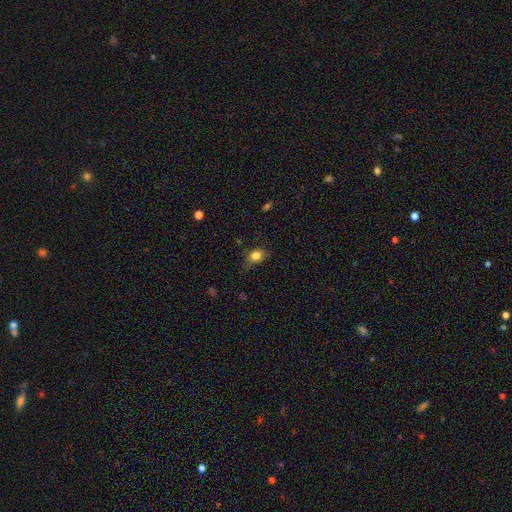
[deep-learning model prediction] A smooth galaxy with no disk features (82%) that is in between round and cigar-shaped (67%).

Vote fractions:
- Smooth or featured? smooth: 82% / star or artifact: 10% / featured or disk: 8%
- How rounded? in between: 67% / round: 31% / cigar-shaped: 2%
- Merging? none: 69% / minor disturbance: 24% / major disturbance: 6% / merger: 1%